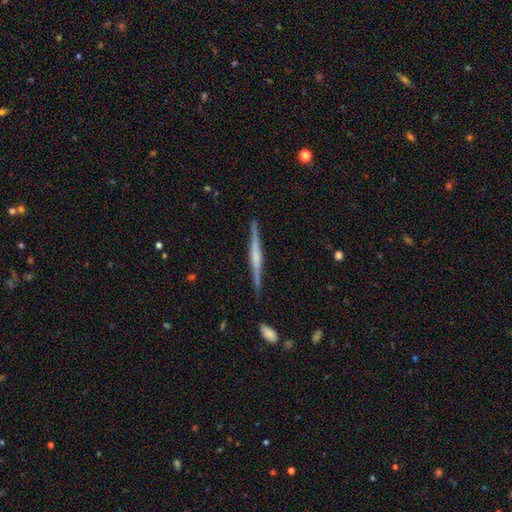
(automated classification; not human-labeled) Smooth or featured: featured or disk — 72% (smooth — 22%)
Edge-on disk: yes — 98% (no — 2%)
Edge-on bulge: rounded — 47% (none — 29%)
Merging: none — 90% (minor disturbance — 7%)